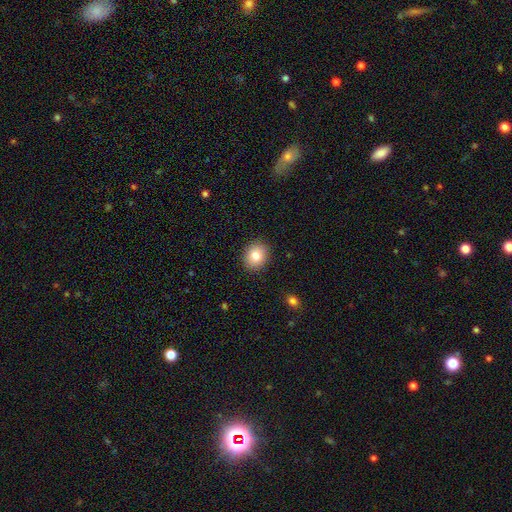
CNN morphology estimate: This is clearly a smooth galaxy (80%). How rounded: likely round (67%). Merging: clearly none (90%).